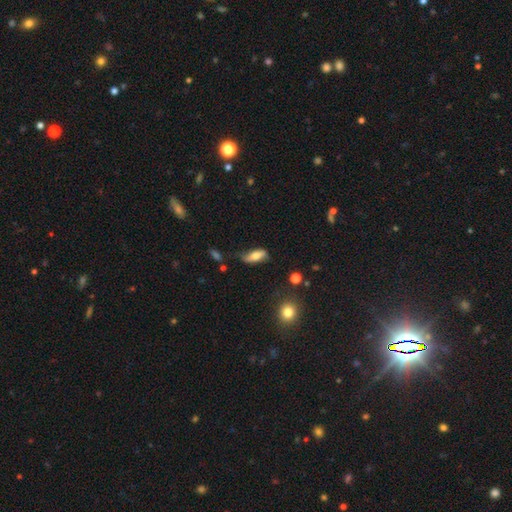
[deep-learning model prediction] Smooth or featured: smooth — 64% (featured or disk — 28%)
How rounded: in between — 72% (cigar-shaped — 25%)
Merging: none — 54% (minor disturbance — 32%)